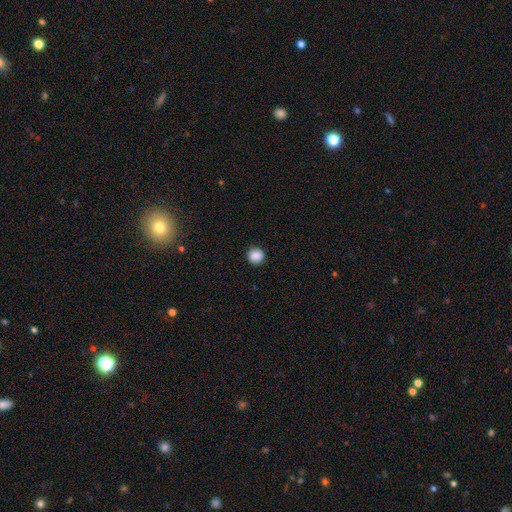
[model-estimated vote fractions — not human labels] smooth 87%, star or artifact 9%, featured or disk 3%. Down the decision tree: how rounded — round (91%); merging — none (91%).